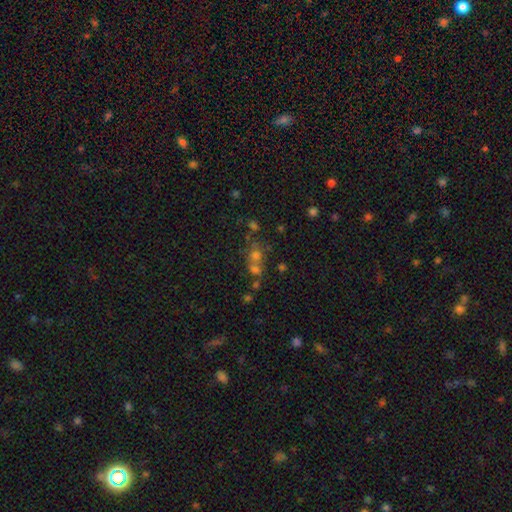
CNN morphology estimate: Smooth or featured: smooth — 56% (star or artifact — 26%)
How rounded: round — 73% (in between — 25%)
Merging: merger — 46% (none — 40%)